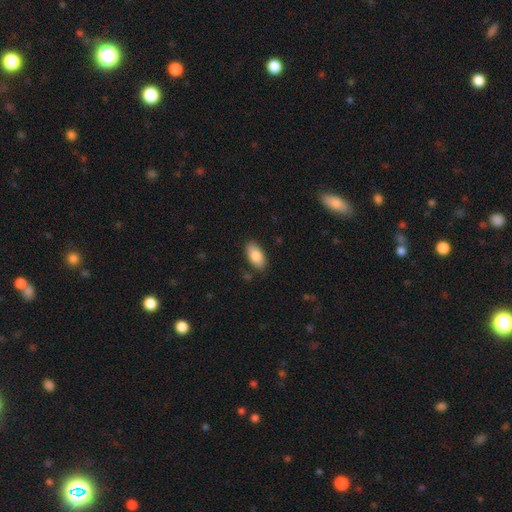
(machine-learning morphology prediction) smooth_or_featured: smooth (p=0.85) [alt: featured or disk p=0.08]
how_rounded: in between (p=0.93) [alt: cigar-shaped p=0.04]
merging: none (p=0.86) [alt: minor disturbance p=0.10]